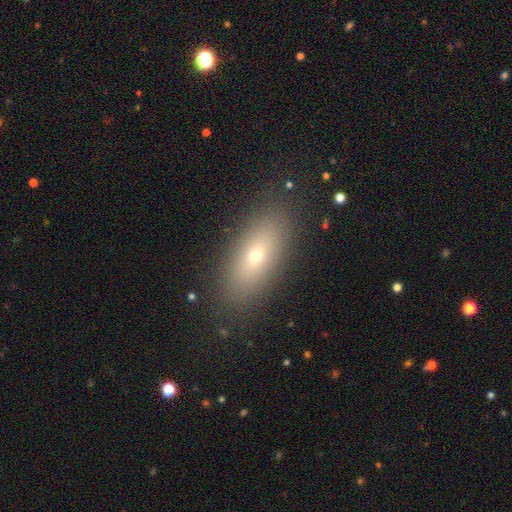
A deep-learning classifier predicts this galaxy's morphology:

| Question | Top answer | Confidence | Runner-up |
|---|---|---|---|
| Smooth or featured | smooth | 64% | featured or disk (23%) |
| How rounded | in between | 73% | cigar-shaped (21%) |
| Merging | none | 87% | minor disturbance (9%) |